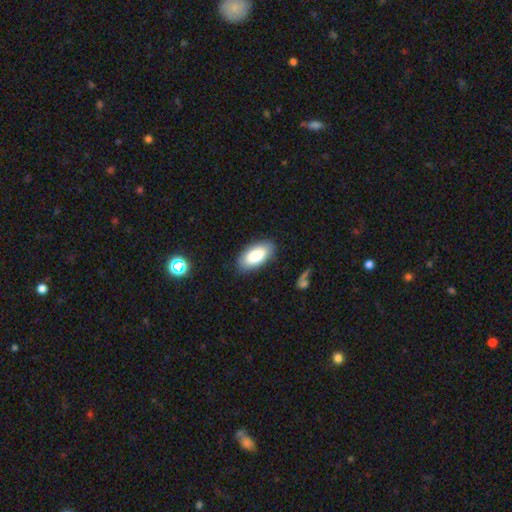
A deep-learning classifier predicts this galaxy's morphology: smooth 85%, featured or disk 9%, star or artifact 6%. Down the decision tree: how rounded — in between (94%); merging — none (85%).